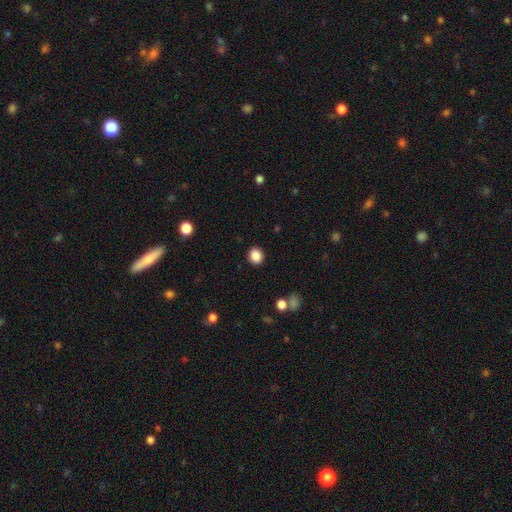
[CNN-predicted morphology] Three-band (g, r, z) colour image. It shows a smooth galaxy with no disk features (87%) that is round (73%). Merging: none (90%).